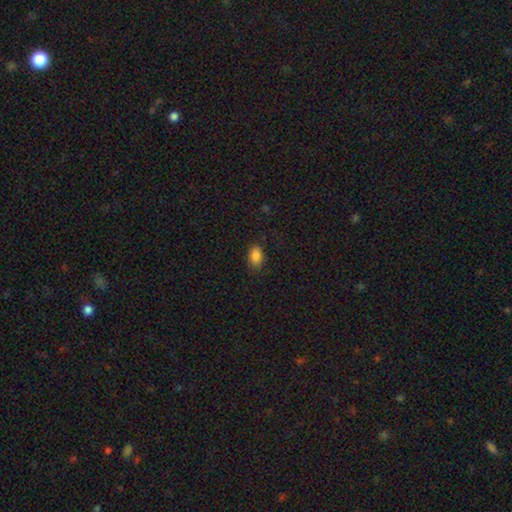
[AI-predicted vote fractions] This is clearly a smooth galaxy (87%). How rounded: clearly in between (90%). Merging: clearly none (82%).